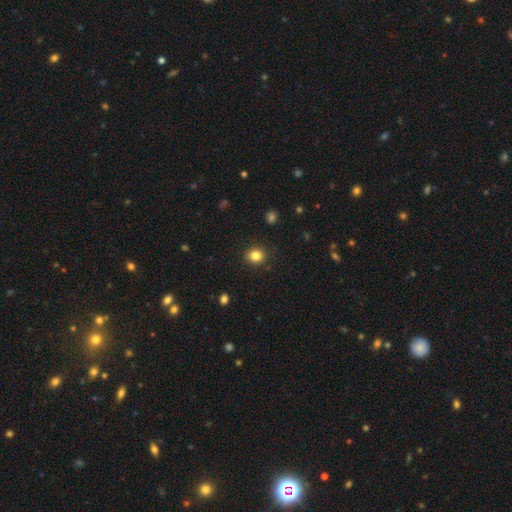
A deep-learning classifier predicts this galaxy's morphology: The model was most divided on "how rounded": round: 78%, in between: 21%, cigar-shaped: 1%. More confident: merging — none (90%); smooth or featured — smooth (83%).